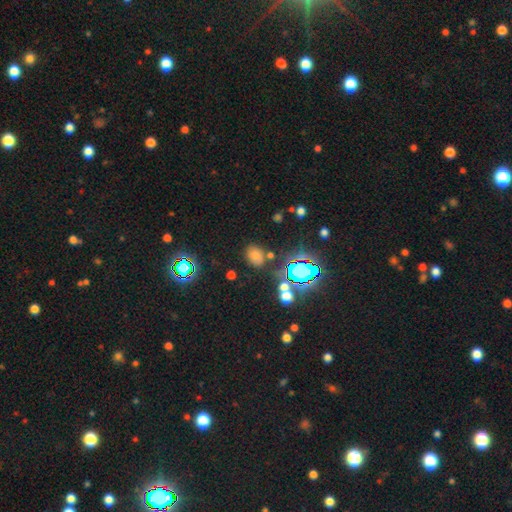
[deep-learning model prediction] smooth 63%, star or artifact 29%, featured or disk 8%. Down the decision tree: how rounded — in between (63%); merging — none (79%).